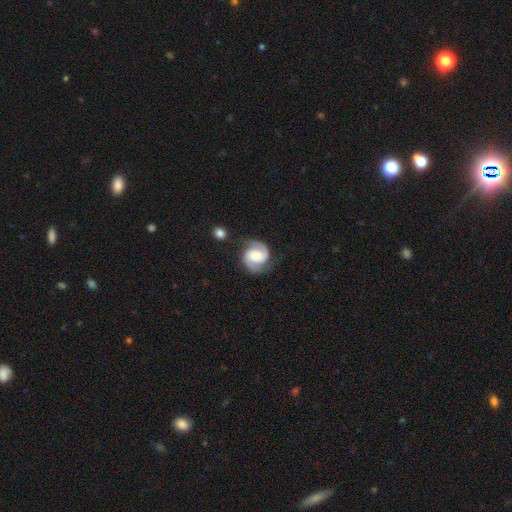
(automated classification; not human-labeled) smooth-or-featured: featured or disk: 82% | smooth: 12% | star or artifact: 6%
  disk-edge-on: no: 98% | yes: 2%
    bar: no: 51% | weak: 37% | strong: 13%
    has-spiral-arms: yes: 97% | no: 3%
      spiral-winding: medium: 46% | tight: 41% | loose: 13%
      spiral-arm-count: 2: 91% | can't tell: 3% | 1: 2% | 3: 1% | 4: 1% | more than 4: 1%
    bulge-size: moderate: 47% | small: 26% | large: 18% | none: 6% | dominant: 3%
  merging: none: 74% | minor disturbance: 16% | major disturbance: 7% | merger: 3%